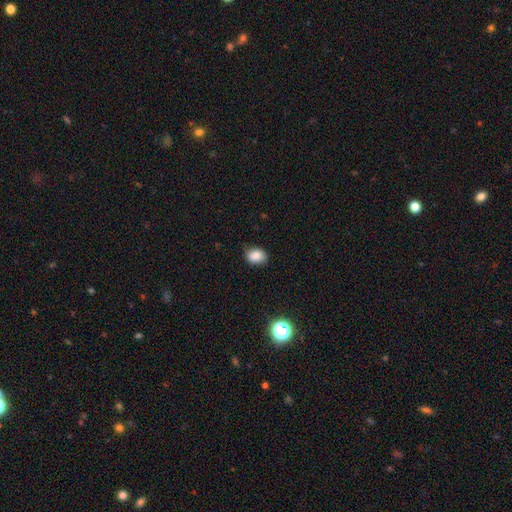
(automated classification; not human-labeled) Smooth or featured? Predicted: smooth (p=0.84). How rounded? Predicted: in between (p=0.58). Merging? Predicted: none (p=0.78).